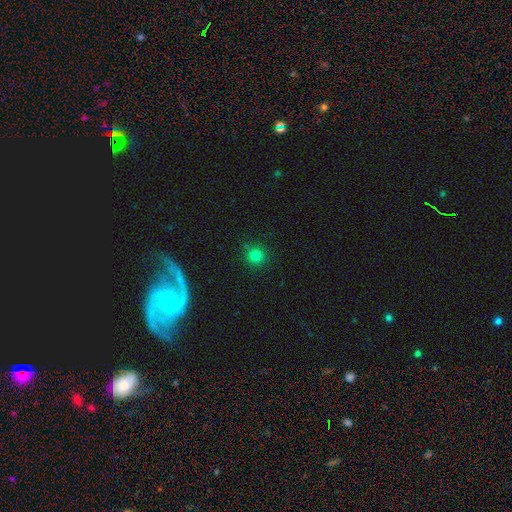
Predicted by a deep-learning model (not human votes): This appears to be a smooth galaxy with no disk features (79%) that is round (93%). Merging: none (88%).